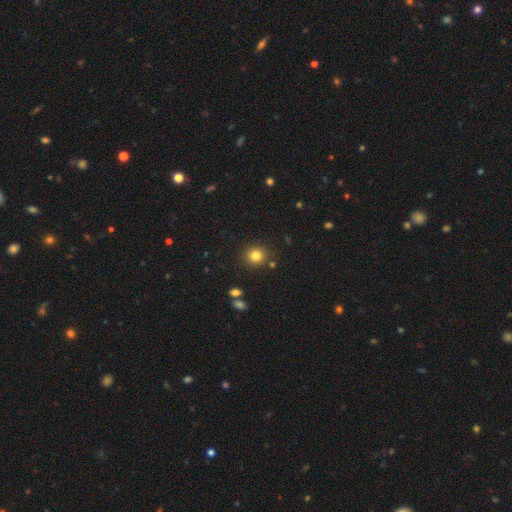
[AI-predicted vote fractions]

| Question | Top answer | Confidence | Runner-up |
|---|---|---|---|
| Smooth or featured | smooth | 81% | star or artifact (13%) |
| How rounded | round | 87% | in between (12%) |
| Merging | none | 87% | minor disturbance (7%) |